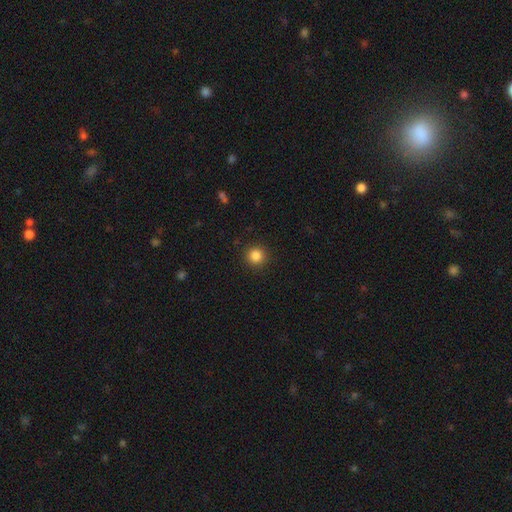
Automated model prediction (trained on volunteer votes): The model was most divided on "smooth or featured": smooth: 85%, star or artifact: 11%, featured or disk: 4%. More confident: how rounded — round (94%); merging — none (92%).